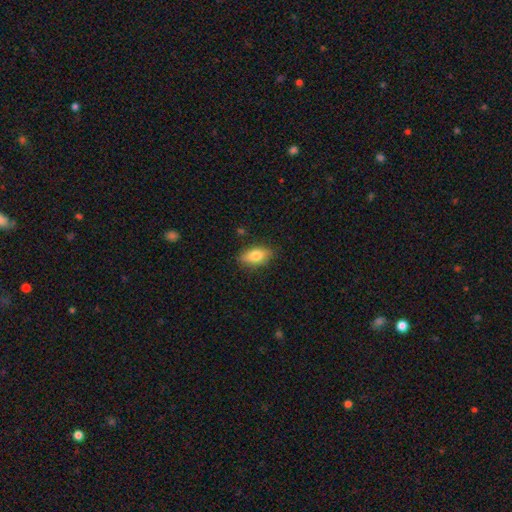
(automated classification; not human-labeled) smooth_or_featured: smooth (p=0.76) [alt: featured or disk p=0.17]
how_rounded: in between (p=0.86) [alt: cigar-shaped p=0.09]
merging: none (p=0.83) [alt: minor disturbance p=0.13]